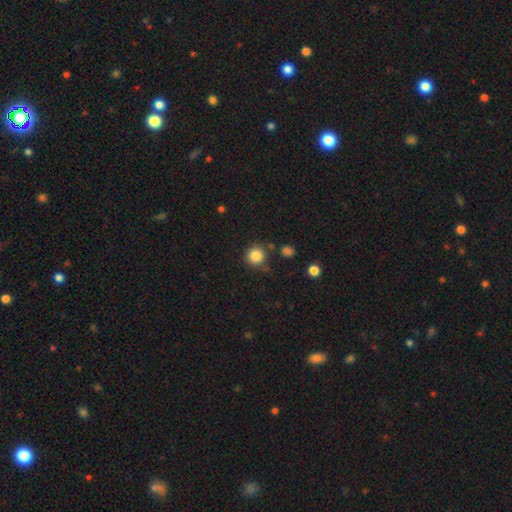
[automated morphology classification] Overall: smooth (84%). How rounded: round (93%). Merging: none (75%).